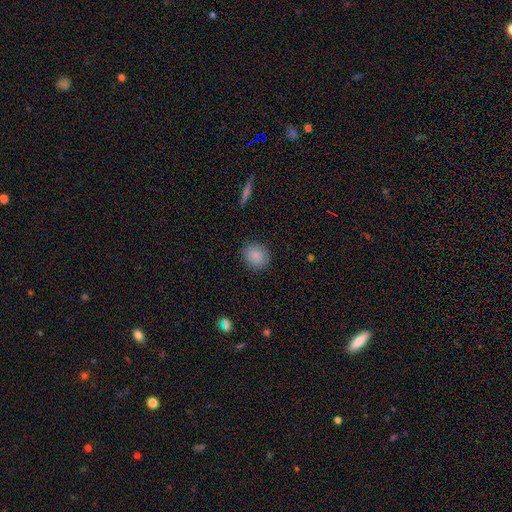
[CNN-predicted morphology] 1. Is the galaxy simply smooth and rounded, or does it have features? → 86% smooth, 8% star or artifact, 6% featured or disk.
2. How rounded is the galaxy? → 74% round, 25% in between, 1% cigar-shaped.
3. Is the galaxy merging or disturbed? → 86% none, 10% minor disturbance, 3% major disturbance, 1% merger.